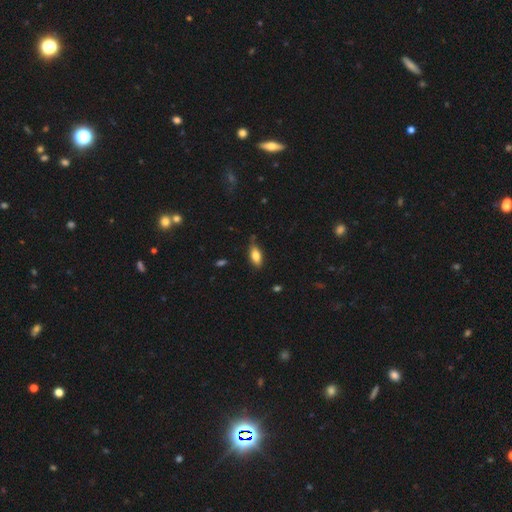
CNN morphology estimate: This is likely a smooth galaxy (78%). How rounded: clearly in between (84%). Merging: likely none (76%).